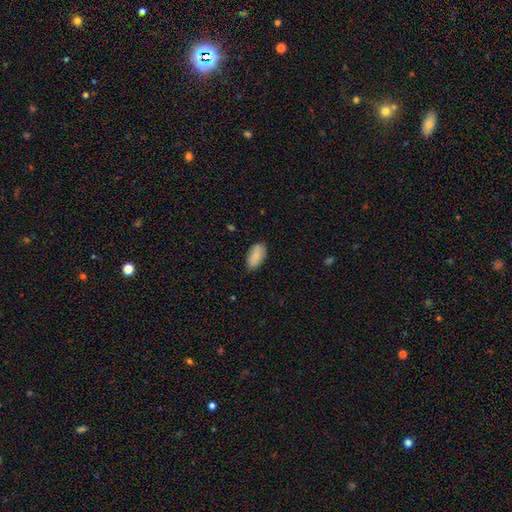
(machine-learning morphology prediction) Smooth or featured: smooth — 86% (featured or disk — 7%)
How rounded: in between — 92% (cigar-shaped — 6%)
Merging: none — 78% (minor disturbance — 18%)